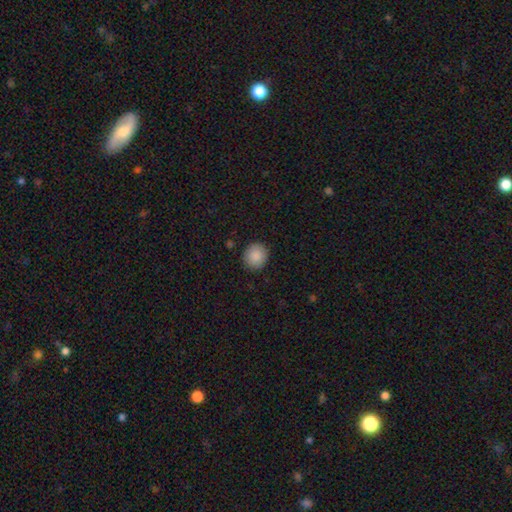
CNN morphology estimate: smooth 89%, star or artifact 8%, featured or disk 3%. Down the decision tree: how rounded — round (86%); merging — none (90%).